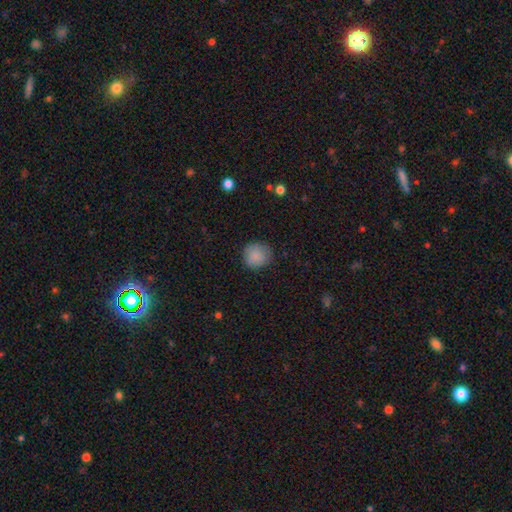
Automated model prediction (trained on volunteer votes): Overall: smooth (86%). How rounded: round (91%). Merging: none (83%).